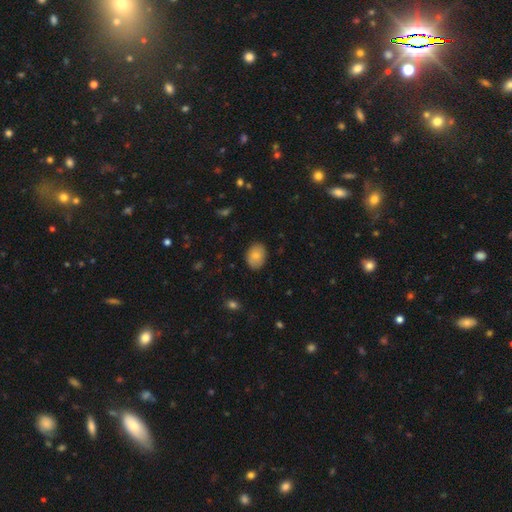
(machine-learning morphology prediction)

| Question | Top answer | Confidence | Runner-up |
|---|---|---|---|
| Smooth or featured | smooth | 84% | featured or disk (8%) |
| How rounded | in between | 77% | round (22%) |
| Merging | none | 85% | minor disturbance (12%) |